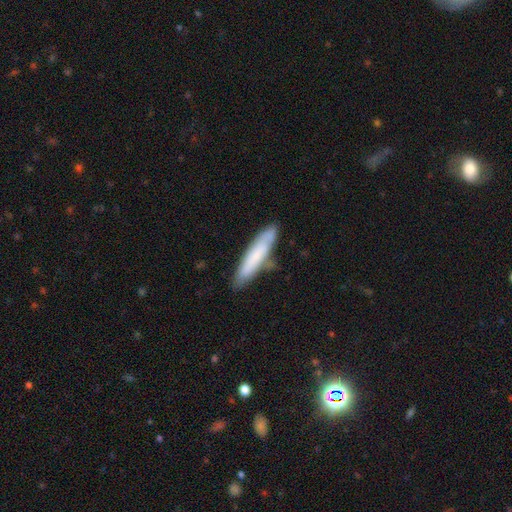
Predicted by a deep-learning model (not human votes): Smooth or featured? smooth (71%)
How rounded? cigar-shaped (86%)
Merging? none (77%)